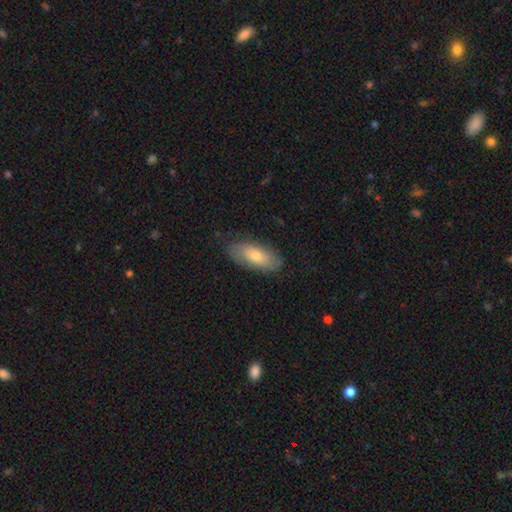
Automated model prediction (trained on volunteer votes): This is likely a smooth galaxy (65%). How rounded: clearly in between (82%). Merging: likely none (78%).